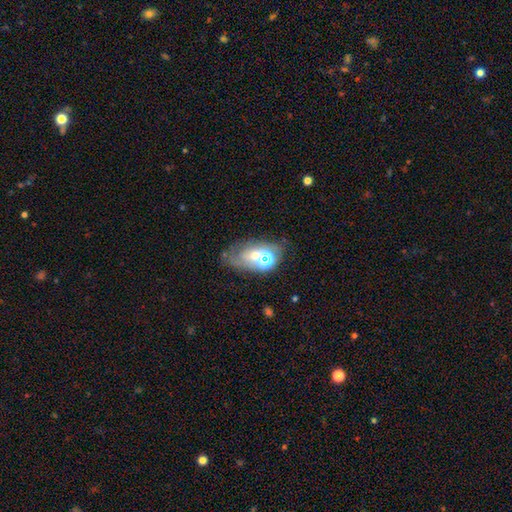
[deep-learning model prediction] smooth_or_featured: smooth (p=0.36) [alt: featured or disk p=0.34]
merging: none (p=0.51) [alt: minor disturbance p=0.19]